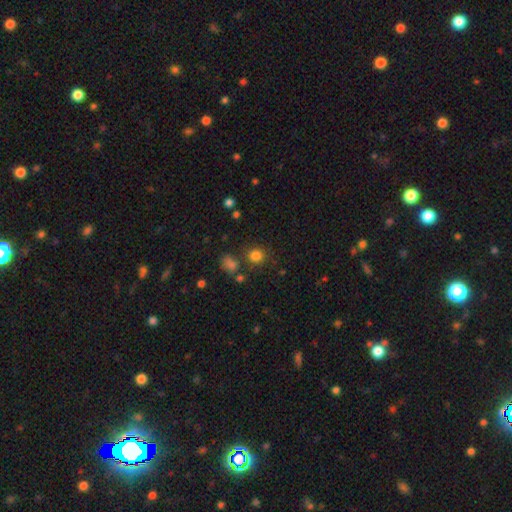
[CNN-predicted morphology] This appears to be a smooth galaxy with no disk features (80%) that is round (86%). Merging: none (76%).